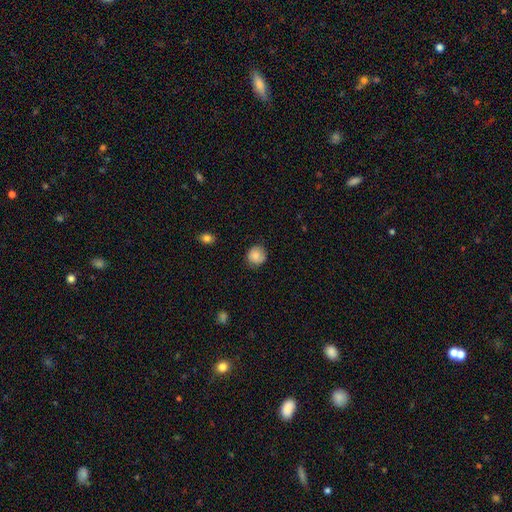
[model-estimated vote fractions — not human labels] A smooth galaxy with no disk features (84%) that is round (88%).

Vote fractions:
- Smooth or featured? smooth: 84% / star or artifact: 8% / featured or disk: 8%
- How rounded? round: 88% / in between: 11% / cigar-shaped: 1%
- Merging? none: 78% / minor disturbance: 17% / major disturbance: 3% / merger: 1%